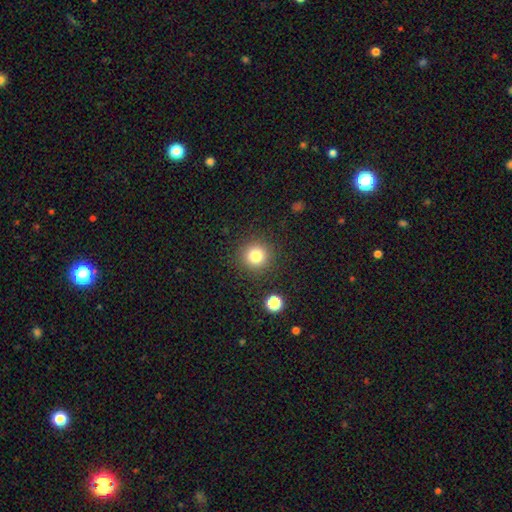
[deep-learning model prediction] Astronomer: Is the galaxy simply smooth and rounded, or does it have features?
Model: smooth — 80%.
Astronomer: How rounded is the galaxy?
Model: round — 94%.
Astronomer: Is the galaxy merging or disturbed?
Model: none — 89%.